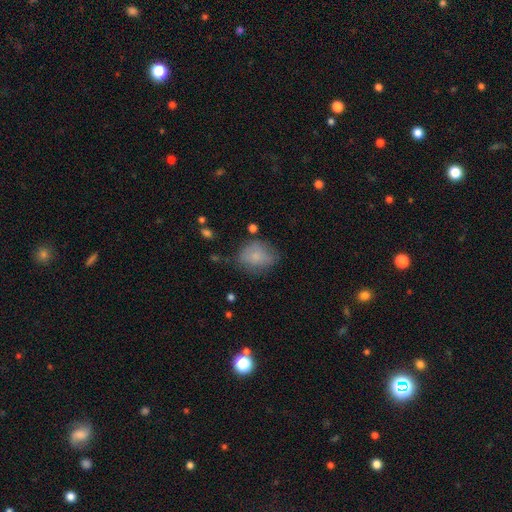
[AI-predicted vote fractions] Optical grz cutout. It shows a smooth galaxy with no disk features (77%) that is in between round and cigar-shaped (53%). Merging: none (57%).